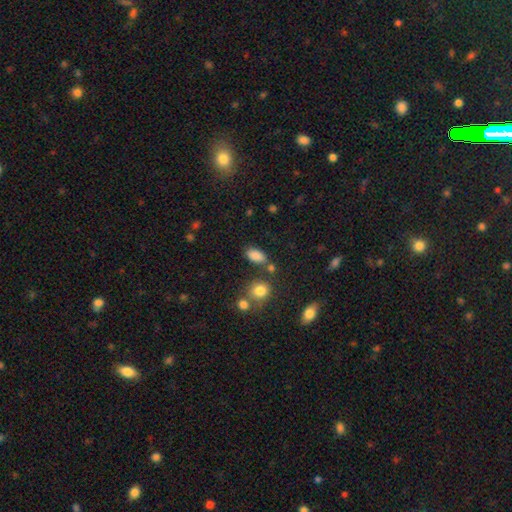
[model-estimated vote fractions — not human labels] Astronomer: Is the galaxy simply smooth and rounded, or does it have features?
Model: smooth — 84%.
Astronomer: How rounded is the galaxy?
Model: in between — 89%.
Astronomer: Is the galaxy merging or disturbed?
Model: none — 70%.